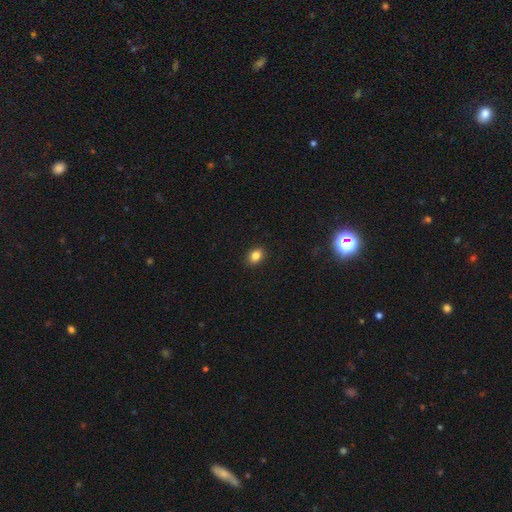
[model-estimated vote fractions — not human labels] This is clearly a smooth galaxy (84%). How rounded: likely in between (64%). Merging: clearly none (90%).